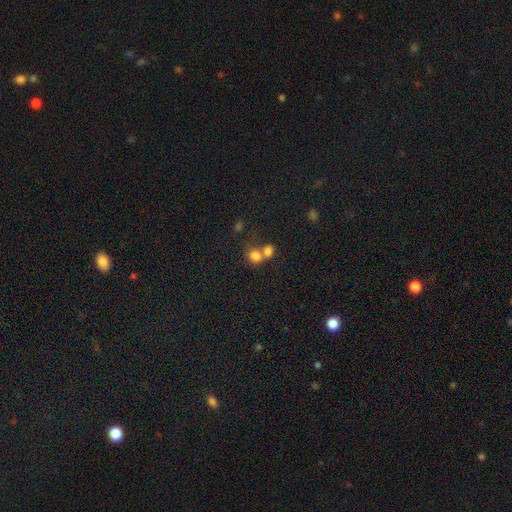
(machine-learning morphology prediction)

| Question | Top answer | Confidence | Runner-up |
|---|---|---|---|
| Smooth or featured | smooth | 79% | star or artifact (12%) |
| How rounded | round | 62% | in between (37%) |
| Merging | merger | 58% | none (31%) |